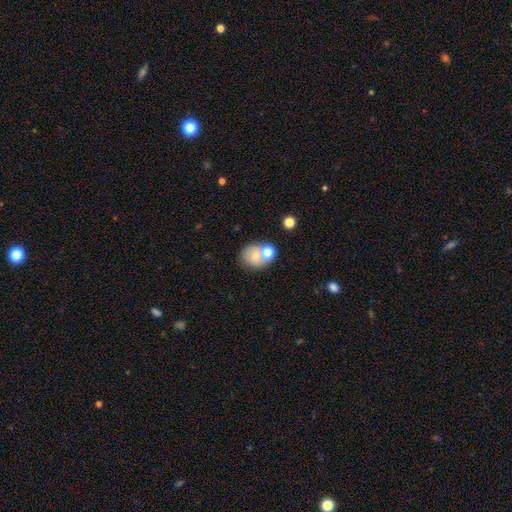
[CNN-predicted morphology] Smooth or featured: smooth — 67% (featured or disk — 21%)
How rounded: round — 71% (in between — 28%)
Merging: none — 47% (merger — 36%)